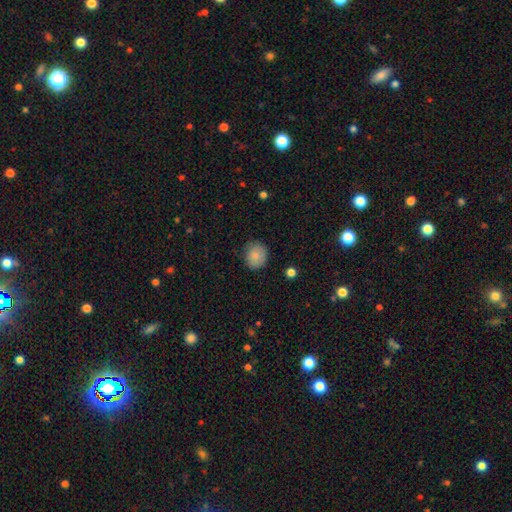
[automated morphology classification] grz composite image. It shows a smooth galaxy with no disk features (86%) that is round (74%). Merging: none (83%).